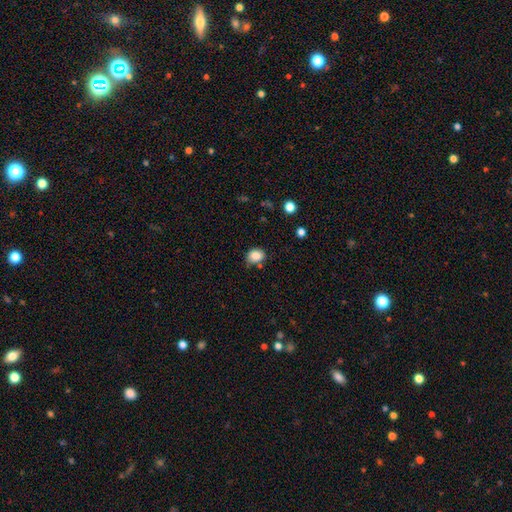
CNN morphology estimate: smooth_or_featured: smooth (p=0.85) [alt: star or artifact p=0.10]
how_rounded: in between (p=0.50) [alt: round p=0.49]
merging: none (p=0.68) [alt: minor disturbance p=0.21]